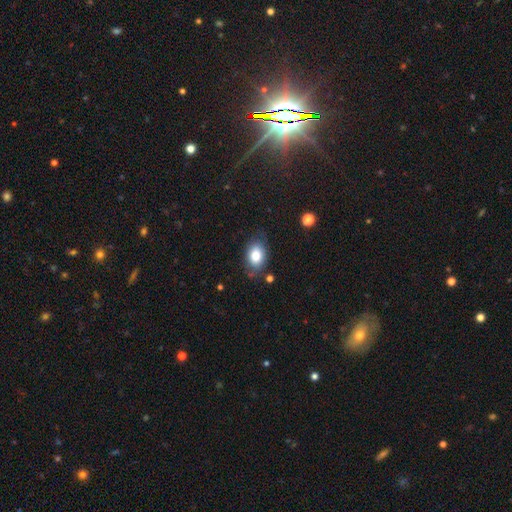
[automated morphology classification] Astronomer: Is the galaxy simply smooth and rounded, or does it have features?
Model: smooth — 80%.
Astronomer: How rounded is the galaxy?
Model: in between — 80%.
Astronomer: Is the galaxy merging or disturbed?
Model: none — 76%.